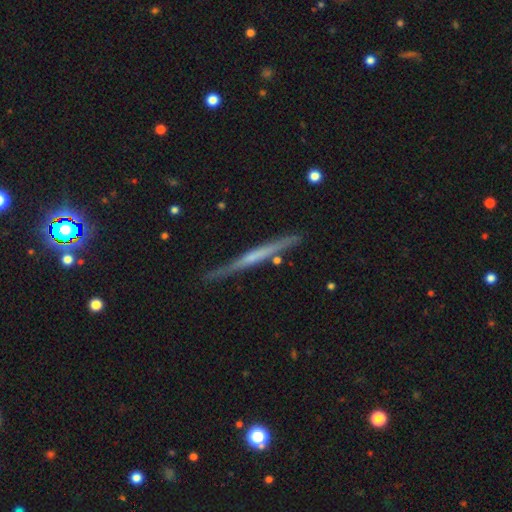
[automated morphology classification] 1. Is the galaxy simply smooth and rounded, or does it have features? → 63% featured or disk, 31% smooth, 5% star or artifact.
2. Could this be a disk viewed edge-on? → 97% yes, 3% no.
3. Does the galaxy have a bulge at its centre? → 69% none, 20% rounded, 11% boxy.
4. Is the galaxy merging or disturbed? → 81% none, 13% minor disturbance, 3% merger, 2% major disturbance.